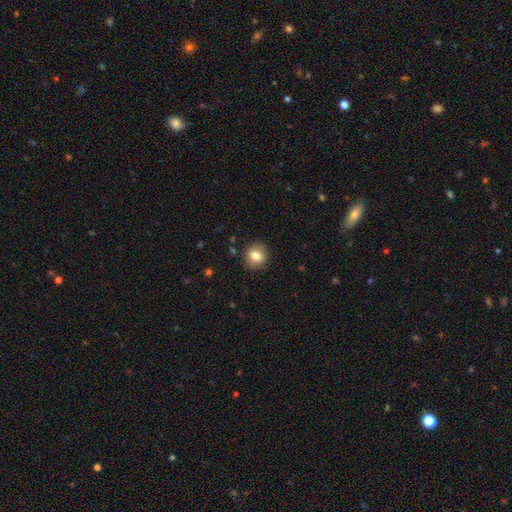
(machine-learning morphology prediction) Q: Smooth or featured?
A: smooth (82%); runner-up: star or artifact (10%)
Q: How rounded?
A: round (84%); runner-up: in between (15%)
Q: Merging?
A: none (90%); runner-up: minor disturbance (7%)